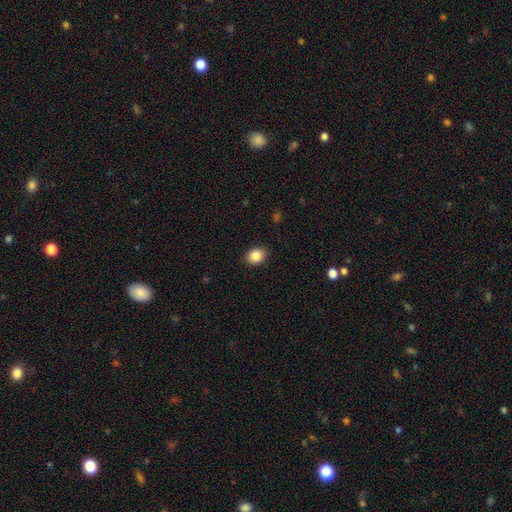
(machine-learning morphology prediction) This is clearly a smooth galaxy (87%). How rounded: possibly in between (50%). Merging: clearly none (89%).